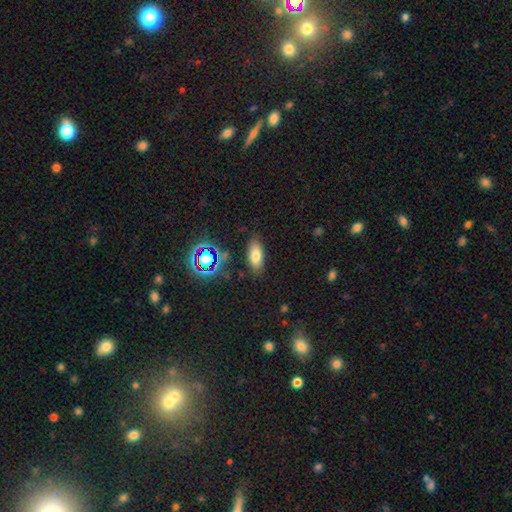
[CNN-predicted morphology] Smooth or featured? Predicted: smooth (p=0.74). How rounded? Predicted: in between (p=0.82). Merging? Predicted: none (p=0.84).